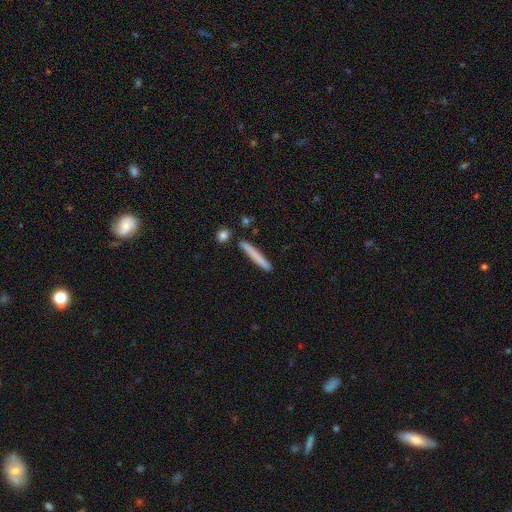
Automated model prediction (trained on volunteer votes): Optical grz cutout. It shows a smooth galaxy with no disk features (72%) that is cigar-shaped (96%). Merging: none (86%).